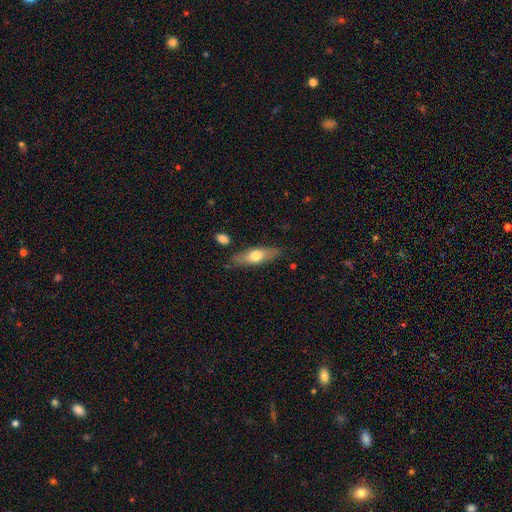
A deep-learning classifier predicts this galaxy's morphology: This appears to be a smooth galaxy with no disk features (60%) that is in between round and cigar-shaped (50%). Merging: none (81%).